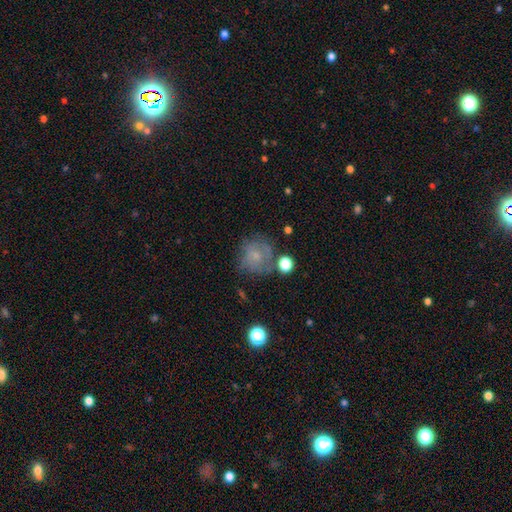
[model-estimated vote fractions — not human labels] A smooth galaxy with no disk features (55%) that is round (84%). Merging: none (58%).